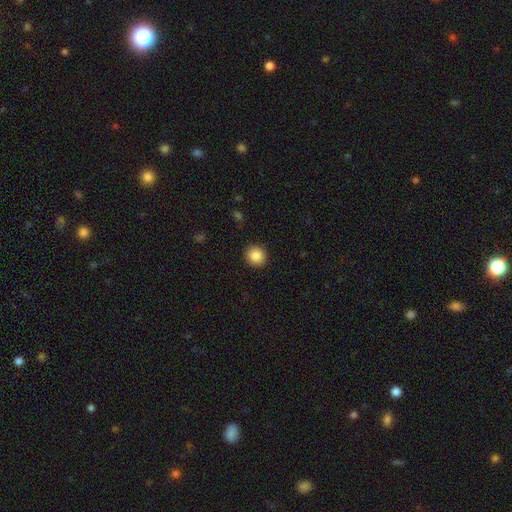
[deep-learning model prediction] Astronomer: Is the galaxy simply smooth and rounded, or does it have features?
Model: smooth — 86%.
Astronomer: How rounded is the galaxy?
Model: round — 91%.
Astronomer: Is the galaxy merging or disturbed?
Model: none — 92%.